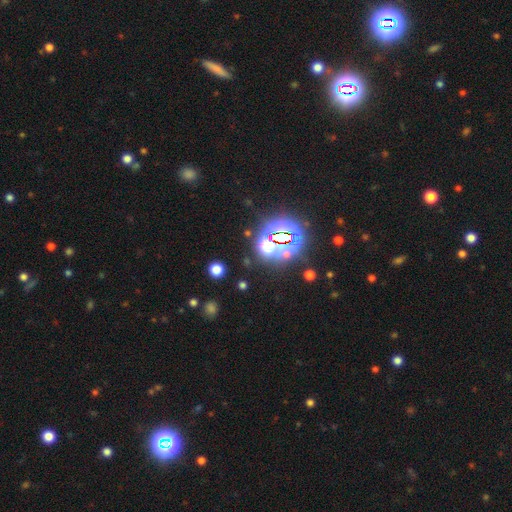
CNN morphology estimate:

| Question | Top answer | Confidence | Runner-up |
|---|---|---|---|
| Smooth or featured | star or artifact | 82% | smooth (12%) |